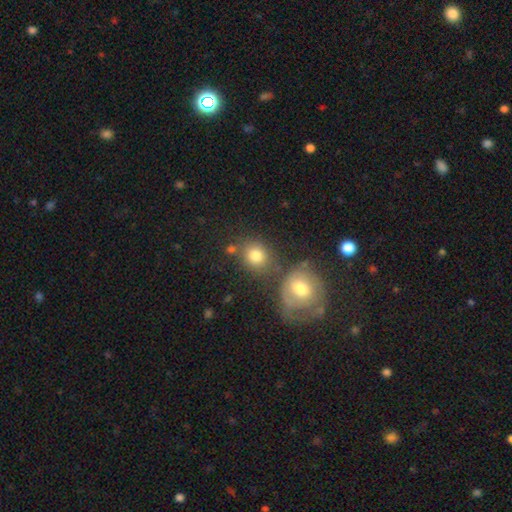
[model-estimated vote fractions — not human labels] Smooth or featured? smooth (78%)
How rounded? round (70%)
Merging? none (59%)